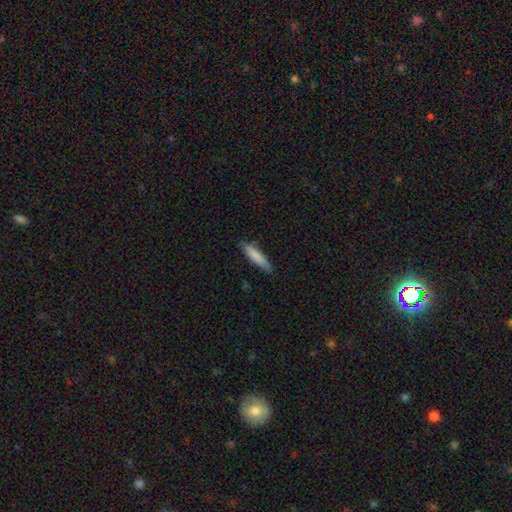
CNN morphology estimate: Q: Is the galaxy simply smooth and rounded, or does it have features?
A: smooth — 83%.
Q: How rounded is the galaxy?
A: cigar-shaped — 80%.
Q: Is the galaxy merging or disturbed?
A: none — 84%.